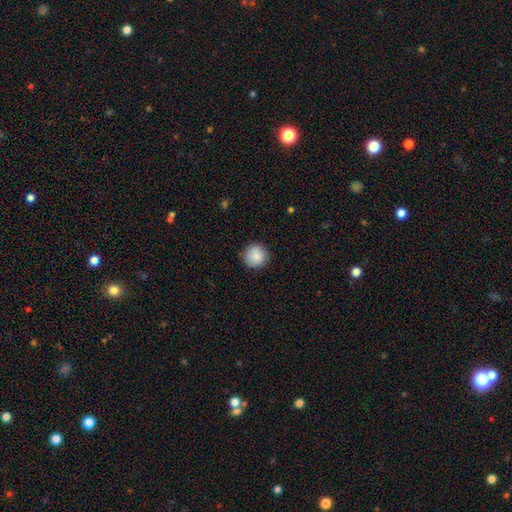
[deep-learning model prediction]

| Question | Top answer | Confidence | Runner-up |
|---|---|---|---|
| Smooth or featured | smooth | 87% | star or artifact (8%) |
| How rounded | round | 95% | in between (4%) |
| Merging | none | 89% | minor disturbance (8%) |